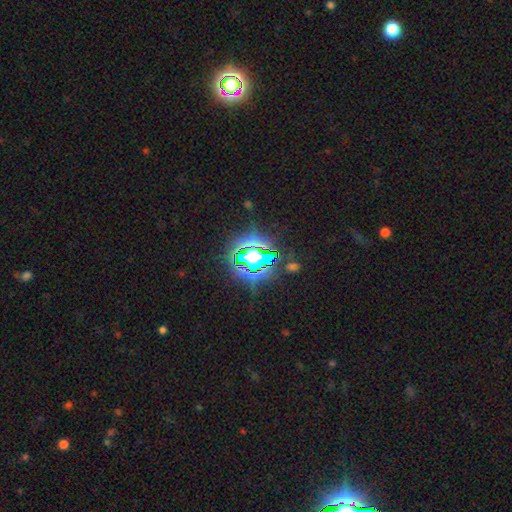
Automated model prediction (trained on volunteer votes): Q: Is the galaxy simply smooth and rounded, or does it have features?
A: star or artifact — 73%.